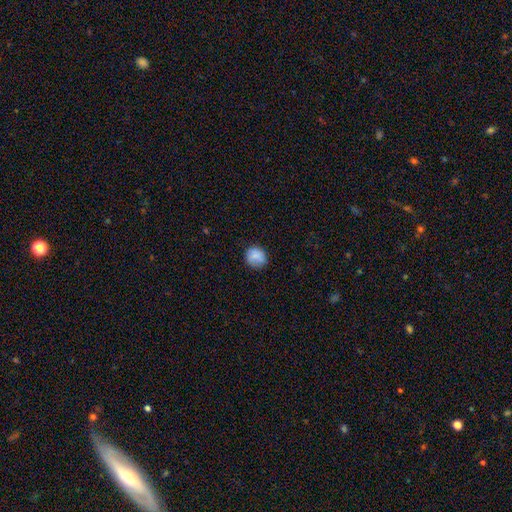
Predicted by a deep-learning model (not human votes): smooth_or_featured: smooth (p=0.85) [alt: star or artifact p=0.08]
how_rounded: round (p=0.86) [alt: in between p=0.13]
merging: none (p=0.80) [alt: minor disturbance p=0.15]